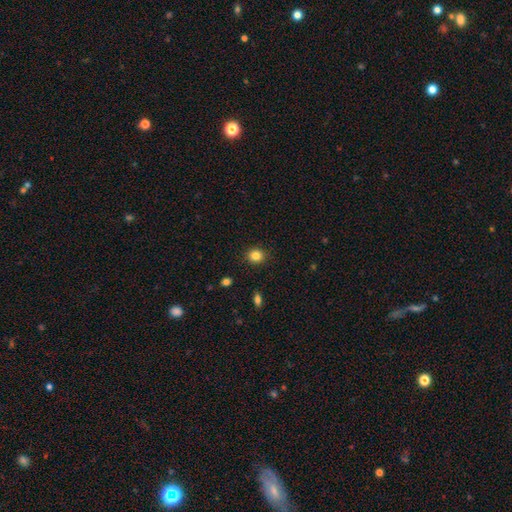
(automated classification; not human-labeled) Smooth or featured? Predicted: smooth (p=0.83). How rounded? Predicted: round (p=0.82). Merging? Predicted: none (p=0.91).